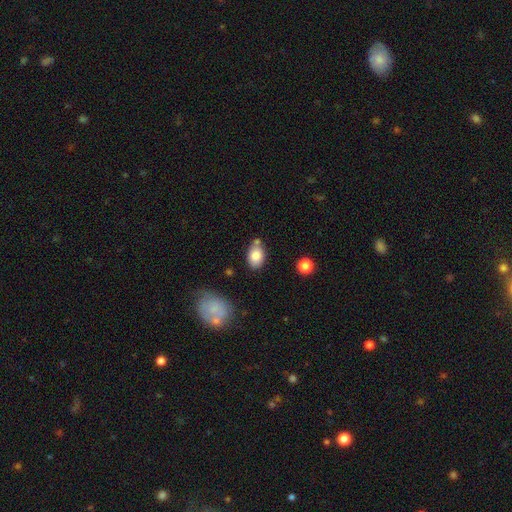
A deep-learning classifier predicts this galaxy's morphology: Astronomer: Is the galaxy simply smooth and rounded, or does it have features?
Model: smooth — 82%.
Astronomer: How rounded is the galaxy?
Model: in between — 82%.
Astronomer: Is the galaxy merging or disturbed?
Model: none — 66%.